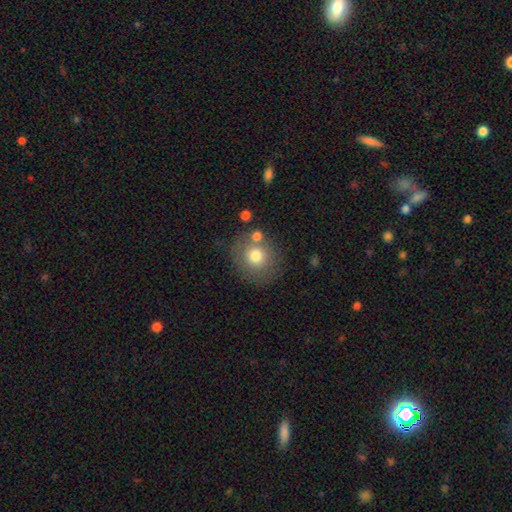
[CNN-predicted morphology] Overall: smooth (74%). How rounded: round (80%). Merging: none (71%).